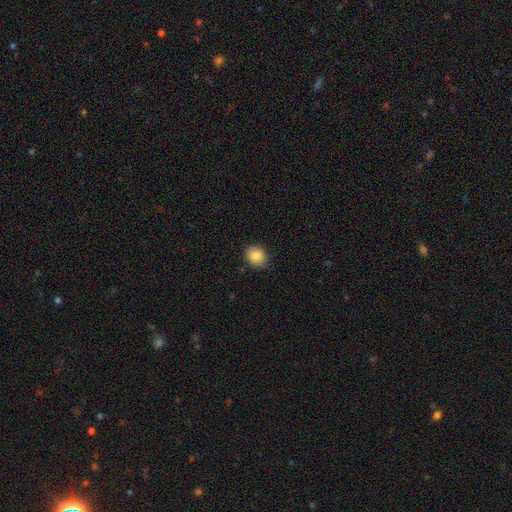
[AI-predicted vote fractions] Smooth or featured? smooth (85%)
How rounded? round (65%)
Merging? none (86%)